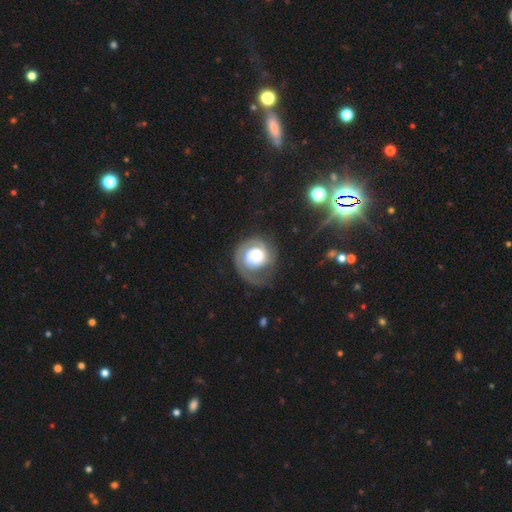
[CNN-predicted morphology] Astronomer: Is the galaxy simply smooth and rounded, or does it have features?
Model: featured or disk — 70%.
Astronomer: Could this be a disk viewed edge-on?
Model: no — 98%.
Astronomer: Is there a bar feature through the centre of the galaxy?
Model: no — 78%.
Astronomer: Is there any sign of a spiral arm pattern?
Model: yes — 87%.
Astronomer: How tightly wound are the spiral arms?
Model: tight — 59%.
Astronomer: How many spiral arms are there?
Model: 1 — 61%.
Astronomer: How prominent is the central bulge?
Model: large — 47% (runner-up: moderate, 31%).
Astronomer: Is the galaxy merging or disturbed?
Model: none — 51%.